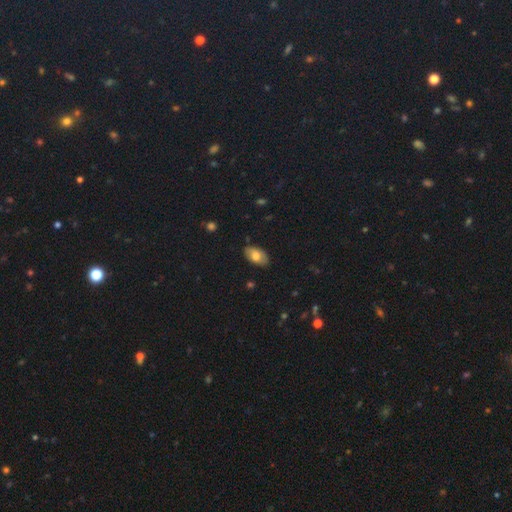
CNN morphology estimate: Q: Smooth or featured?
A: smooth (72%); runner-up: featured or disk (21%)
Q: How rounded?
A: in between (94%); runner-up: round (5%)
Q: Merging?
A: none (81%); runner-up: minor disturbance (15%)